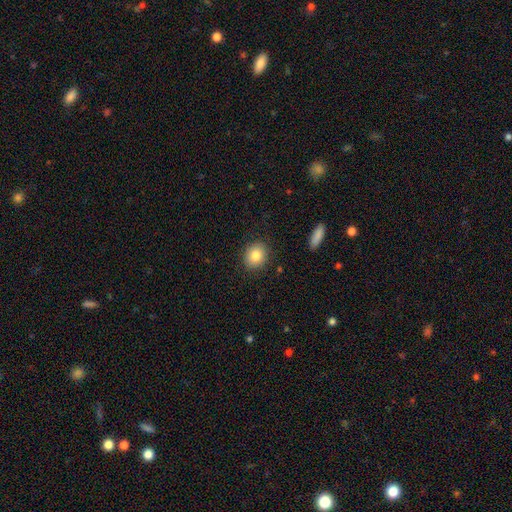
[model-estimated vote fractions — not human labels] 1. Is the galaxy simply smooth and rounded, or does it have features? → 83% smooth, 9% star or artifact, 9% featured or disk.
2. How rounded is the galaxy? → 64% round, 35% in between, 1% cigar-shaped.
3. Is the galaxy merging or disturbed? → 88% none, 9% minor disturbance, 2% major disturbance, 1% merger.